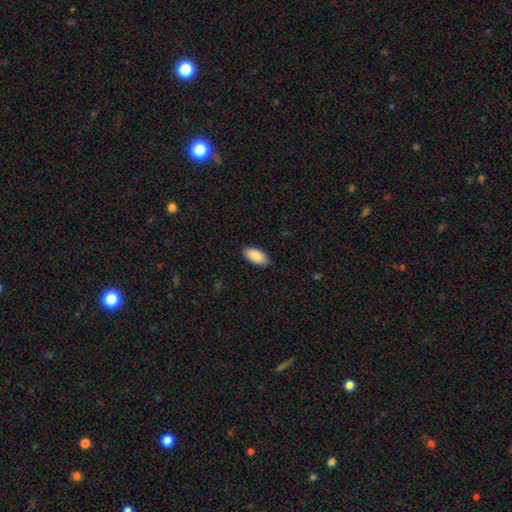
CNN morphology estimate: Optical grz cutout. It shows a smooth galaxy with no disk features (90%) that is in between round and cigar-shaped (95%). Merging: none (88%).